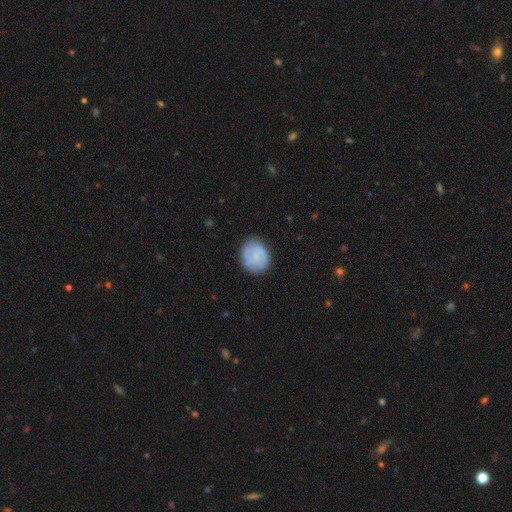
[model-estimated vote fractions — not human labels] This appears to be a smooth galaxy with no disk features (58%) that is round (74%). Merging: none (72%).